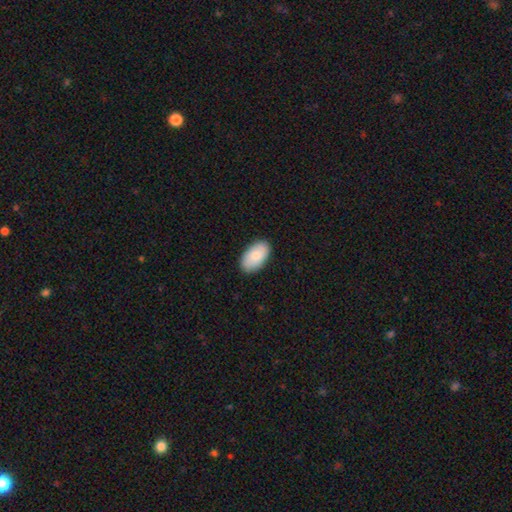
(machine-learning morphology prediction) smooth 82%, featured or disk 13%, star or artifact 6%. Down the decision tree: how rounded — in between (95%); merging — none (88%).